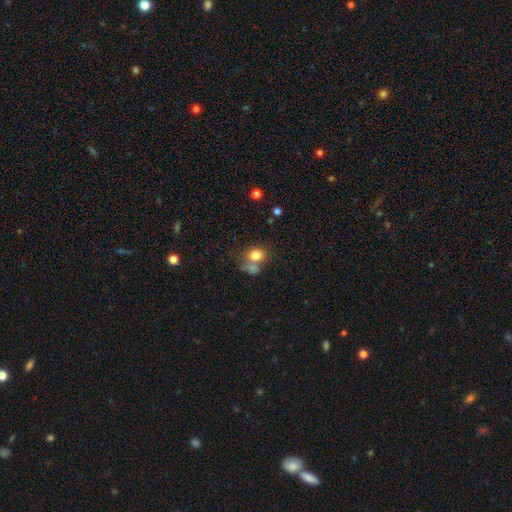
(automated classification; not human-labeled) A smooth galaxy with no disk features (80%) that is round (50%). Merging: none (44%).